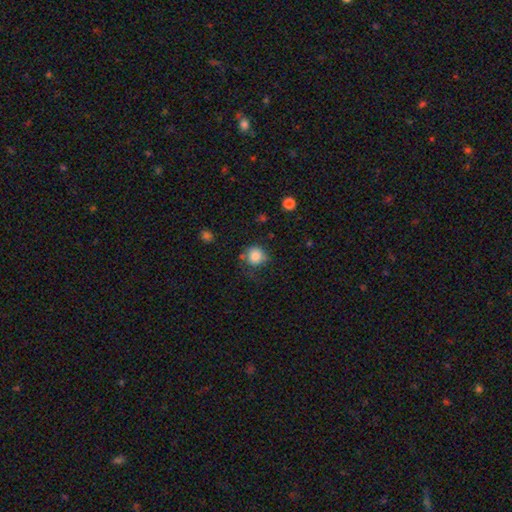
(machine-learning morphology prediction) Q: Smooth or featured?
A: smooth (84%); runner-up: star or artifact (10%)
Q: How rounded?
A: round (88%); runner-up: in between (11%)
Q: Merging?
A: none (64%); runner-up: minor disturbance (22%)